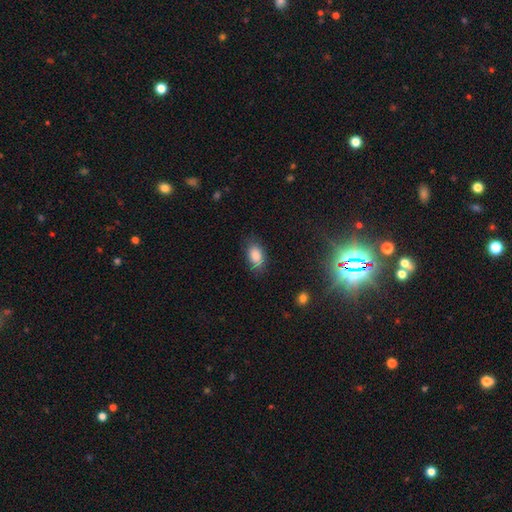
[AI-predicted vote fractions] This is clearly a smooth galaxy (87%). How rounded: clearly in between (91%). Merging: likely none (78%).